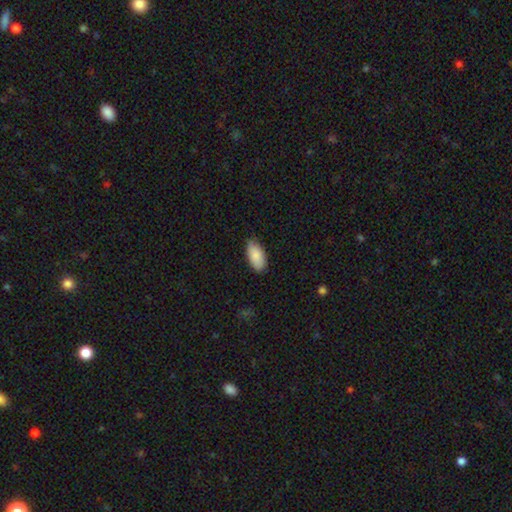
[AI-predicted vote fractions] Smooth or featured? smooth (87%)
How rounded? in between (93%)
Merging? none (81%)